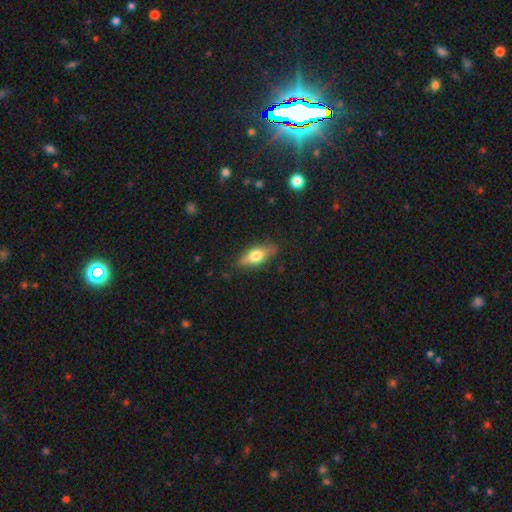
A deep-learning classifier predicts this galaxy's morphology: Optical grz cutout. It shows a smooth galaxy with no disk features (54%) that is in between round and cigar-shaped (69%). Merging: none (81%).